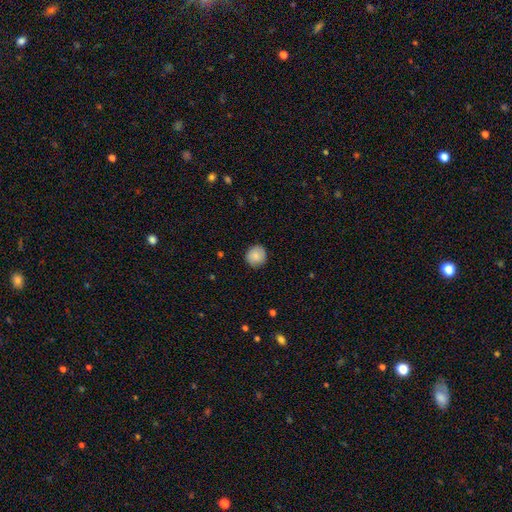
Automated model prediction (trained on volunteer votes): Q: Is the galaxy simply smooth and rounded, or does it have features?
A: smooth — 84%.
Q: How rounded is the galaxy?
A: round — 90%.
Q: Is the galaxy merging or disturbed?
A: none — 87%.